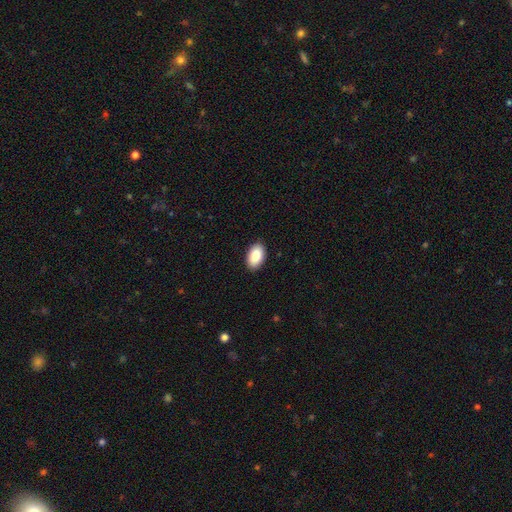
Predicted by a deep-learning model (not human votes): Smooth or featured? Predicted: smooth (p=0.90). How rounded? Predicted: in between (p=0.94). Merging? Predicted: none (p=0.90).